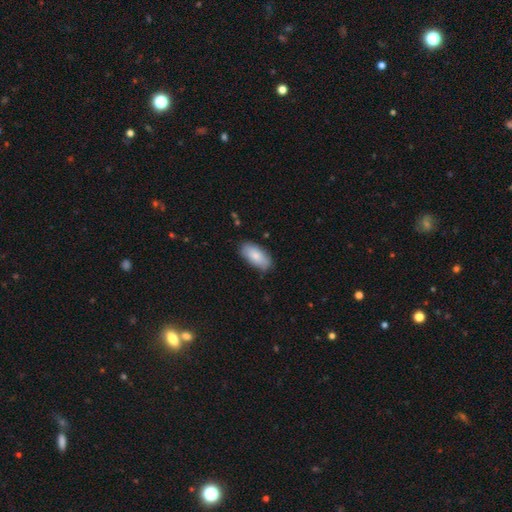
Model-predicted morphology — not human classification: smooth 82%, featured or disk 12%, star or artifact 6%. Down the decision tree: how rounded — in between (92%); merging — none (79%).